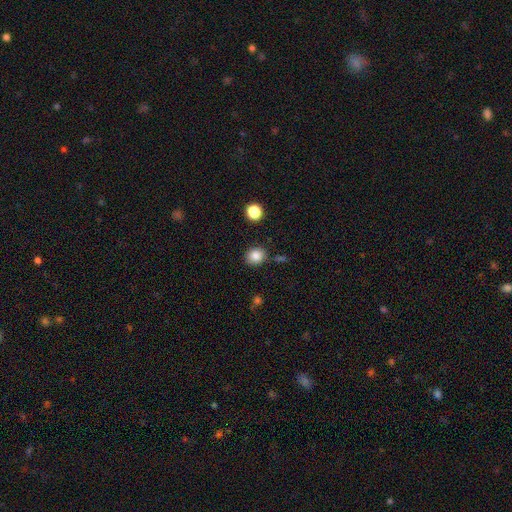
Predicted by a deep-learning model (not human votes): Overall: smooth (85%). How rounded: round (77%). Merging: none (84%).